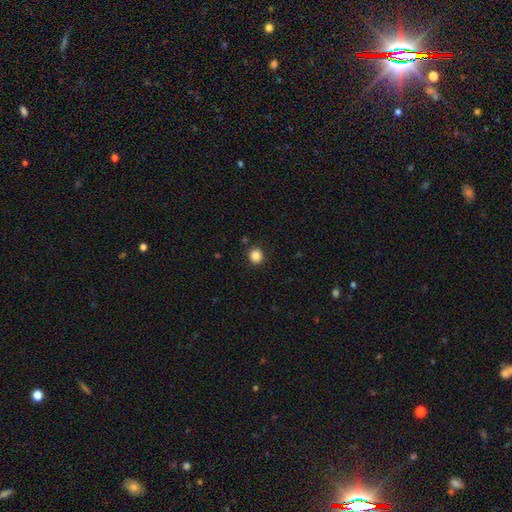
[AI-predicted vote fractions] Smooth or featured: smooth — 86% (star or artifact — 10%)
How rounded: round — 89% (in between — 10%)
Merging: none — 90% (minor disturbance — 6%)